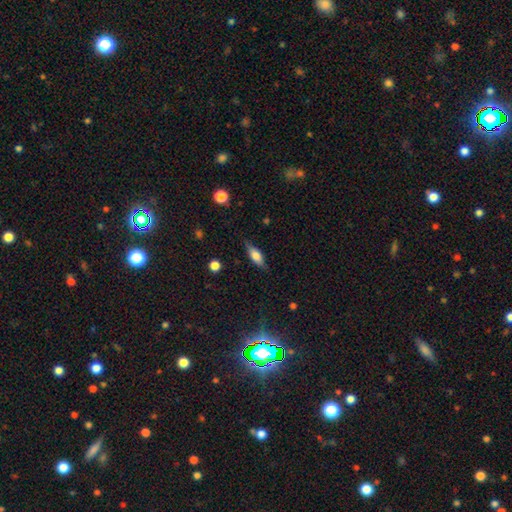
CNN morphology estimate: smooth 61%, featured or disk 31%, star or artifact 7%. Down the decision tree: how rounded — in between (65%); merging — none (78%).